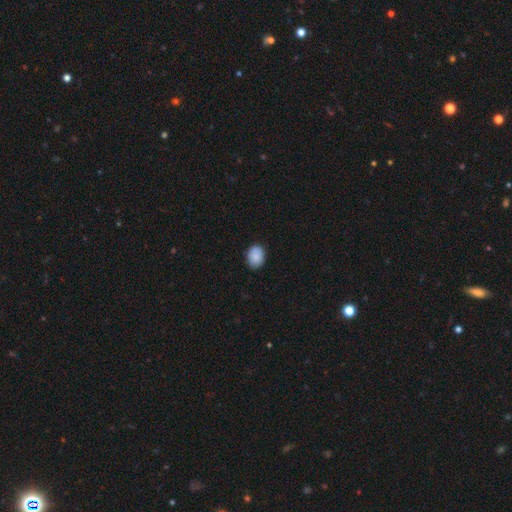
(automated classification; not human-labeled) Q: Smooth or featured?
A: smooth (87%); runner-up: star or artifact (7%)
Q: How rounded?
A: in between (62%); runner-up: round (37%)
Q: Merging?
A: none (83%); runner-up: minor disturbance (14%)